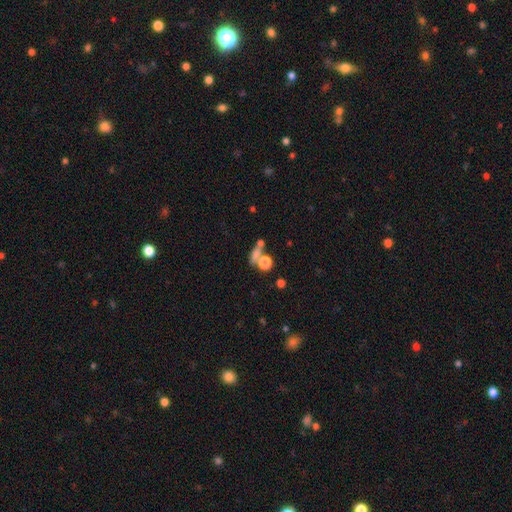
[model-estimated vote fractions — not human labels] A smooth galaxy with no disk features (61%) that is round (48%). Merging: none (49%).